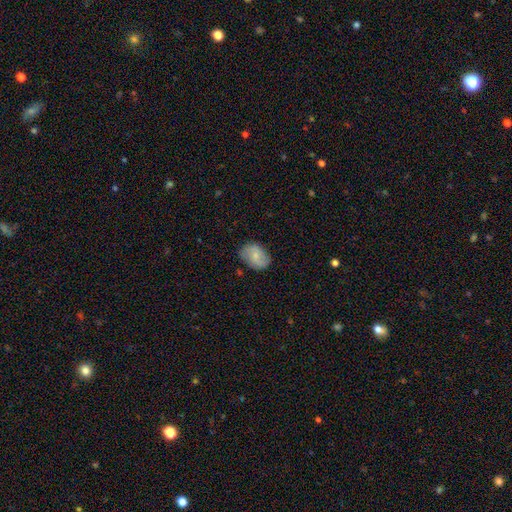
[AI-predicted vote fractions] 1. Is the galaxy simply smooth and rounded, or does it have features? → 59% smooth, 35% featured or disk, 7% star or artifact.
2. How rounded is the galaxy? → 77% in between, 22% round, 1% cigar-shaped.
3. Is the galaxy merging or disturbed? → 77% none, 18% minor disturbance, 4% major disturbance, 1% merger.